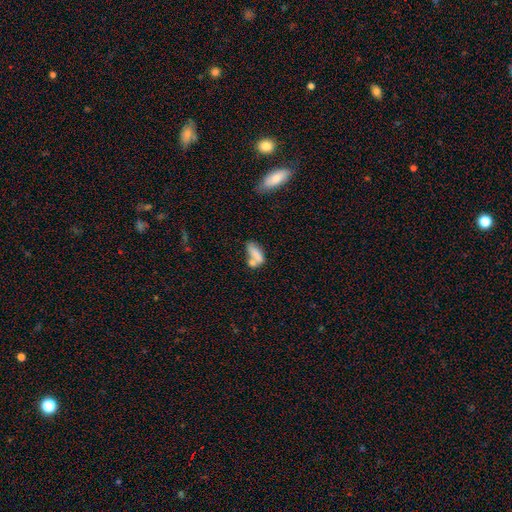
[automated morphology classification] smooth-or-featured: smooth: 75% | featured or disk: 15% | star or artifact: 9%
  how-rounded: in between: 74% | cigar-shaped: 21% | round: 4%
  merging: merger: 40% | none: 34% | minor disturbance: 17% | major disturbance: 10%